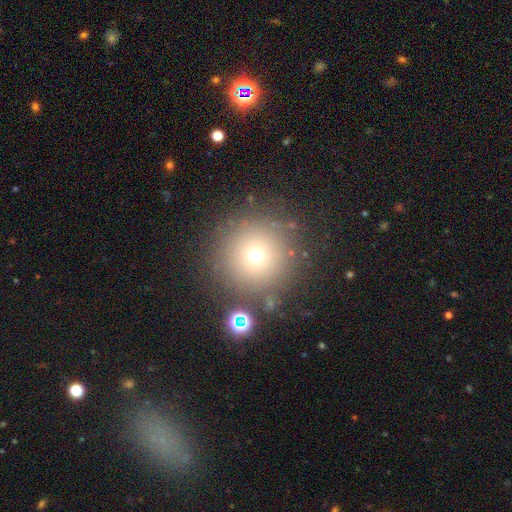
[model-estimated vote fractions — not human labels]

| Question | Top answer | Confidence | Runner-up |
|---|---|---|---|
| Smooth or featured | smooth | 67% | star or artifact (21%) |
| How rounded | round | 96% | in between (3%) |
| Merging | none | 84% | minor disturbance (8%) |